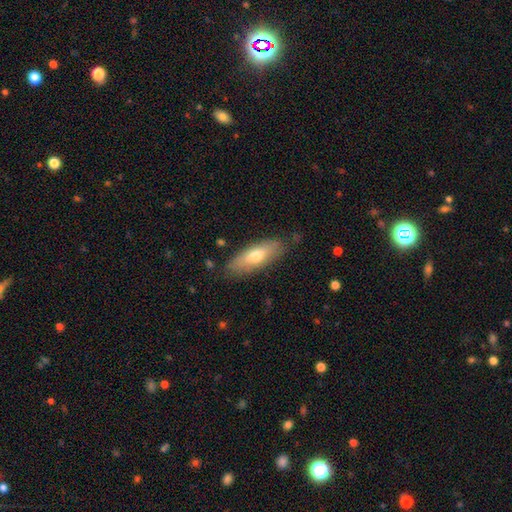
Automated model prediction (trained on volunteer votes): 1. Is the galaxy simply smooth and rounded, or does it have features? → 67% smooth, 27% featured or disk, 6% star or artifact.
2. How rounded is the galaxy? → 58% in between, 40% cigar-shaped, 2% round.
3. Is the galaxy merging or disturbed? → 82% none, 13% minor disturbance, 3% major disturbance, 2% merger.